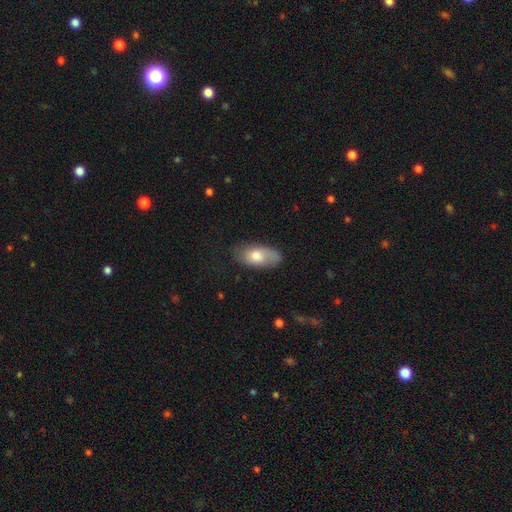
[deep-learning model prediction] Smooth or featured? smooth (70%)
How rounded? in between (91%)
Merging? none (68%)